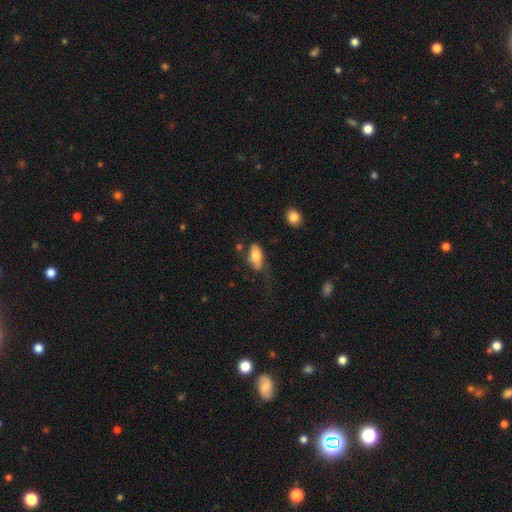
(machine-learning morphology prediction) Q: Smooth or featured?
A: smooth (77%); runner-up: featured or disk (16%)
Q: How rounded?
A: in between (90%); runner-up: cigar-shaped (6%)
Q: Merging?
A: none (48%); runner-up: minor disturbance (29%)